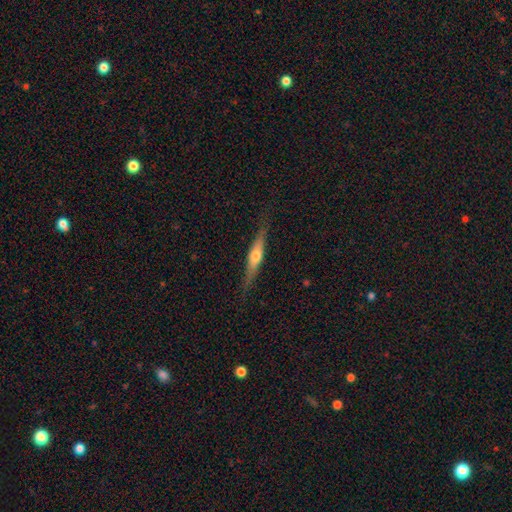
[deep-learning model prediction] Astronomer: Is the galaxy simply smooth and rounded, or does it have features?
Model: featured or disk — 56% (runner-up: smooth, 39%).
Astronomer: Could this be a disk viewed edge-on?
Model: yes — 93%.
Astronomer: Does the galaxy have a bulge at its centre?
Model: rounded — 85%.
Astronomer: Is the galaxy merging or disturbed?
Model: none — 84%.